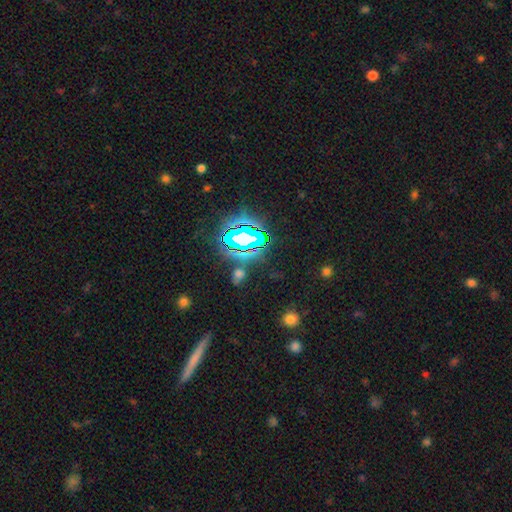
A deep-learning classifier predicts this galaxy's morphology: Overall: star or artifact (73%).